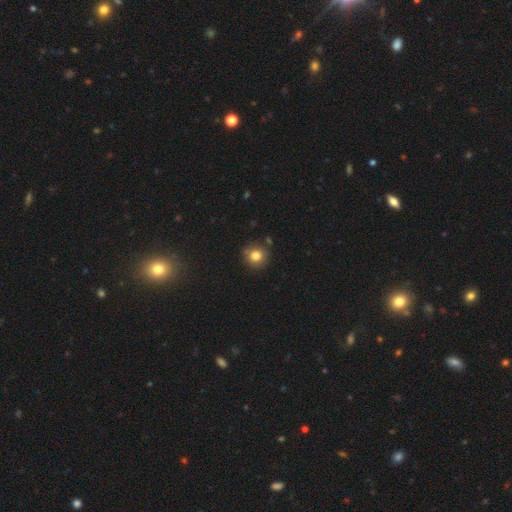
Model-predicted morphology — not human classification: Smooth or featured? Predicted: smooth (p=0.81). How rounded? Predicted: round (p=0.90). Merging? Predicted: none (p=0.80).